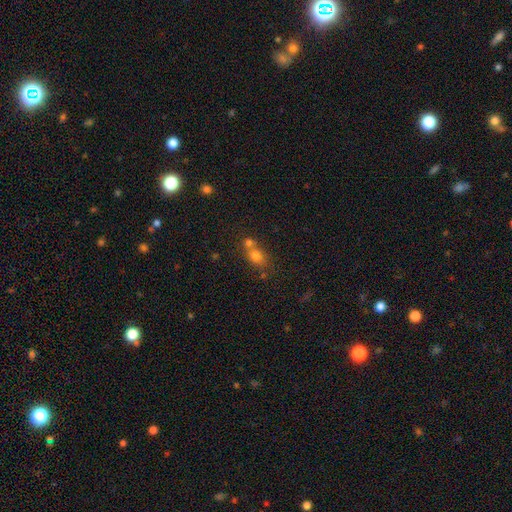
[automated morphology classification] Smooth or featured? Predicted: smooth (p=0.73). How rounded? Predicted: round (p=0.58). Merging? Predicted: merger (p=0.49).